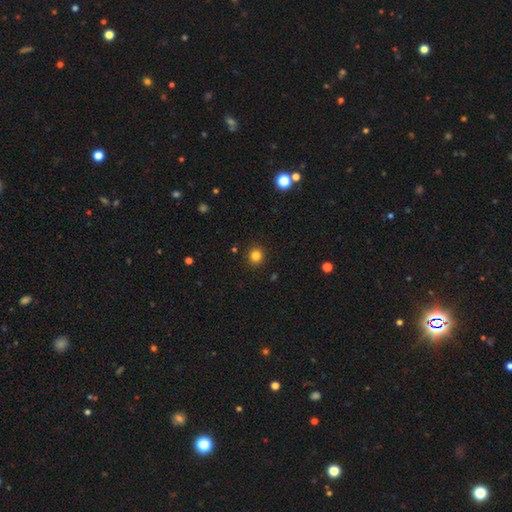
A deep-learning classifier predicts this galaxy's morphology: Smooth or featured: smooth — 82% (star or artifact — 13%)
How rounded: round — 91% (in between — 9%)
Merging: none — 92% (minor disturbance — 5%)